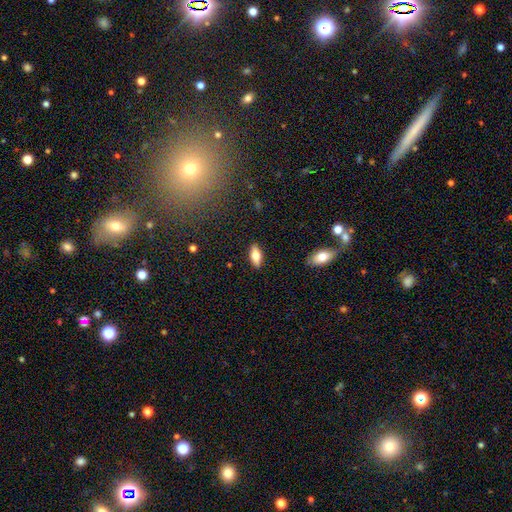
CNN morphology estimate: type=smooth (67%); roundness=in between (79%); merging=none (89%).